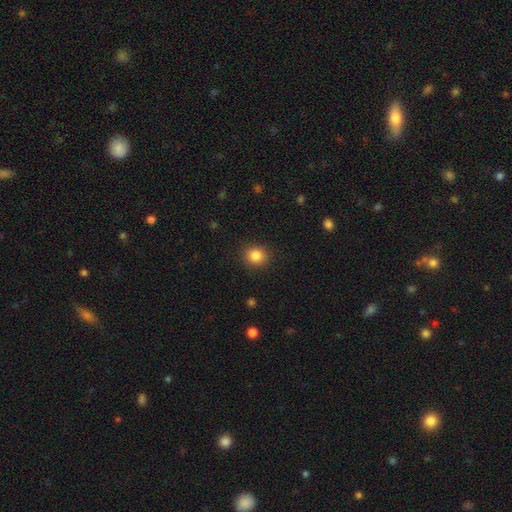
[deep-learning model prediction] smooth_or_featured: smooth (p=0.85) [alt: star or artifact p=0.10]
how_rounded: round (p=0.83) [alt: in between p=0.16]
merging: none (p=0.90) [alt: minor disturbance p=0.06]